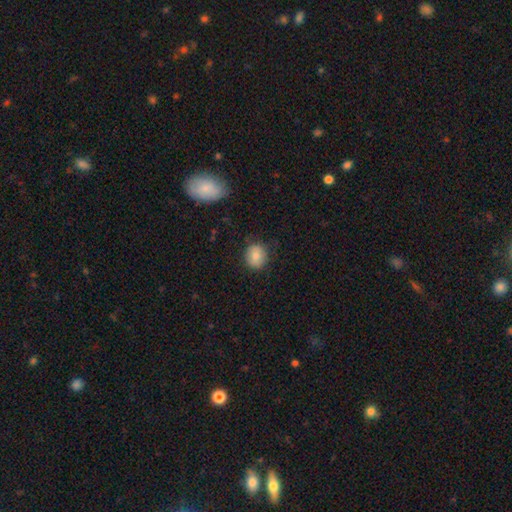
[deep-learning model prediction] Overall: smooth (82%). How rounded: round (76%). Merging: none (82%).